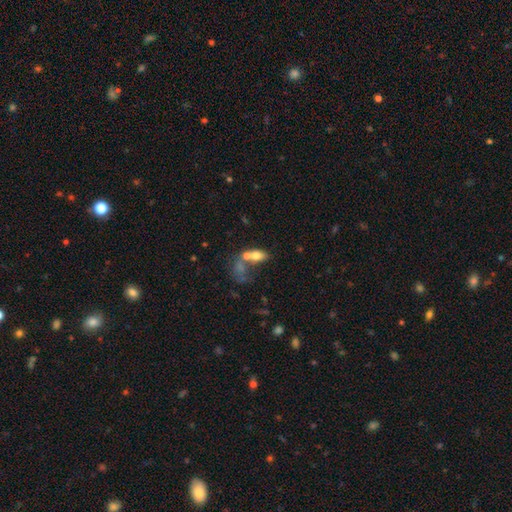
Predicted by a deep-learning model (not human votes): Smooth or featured: smooth — 63% (featured or disk — 25%)
How rounded: in between — 80% (round — 14%)
Merging: merger — 57% (none — 19%)